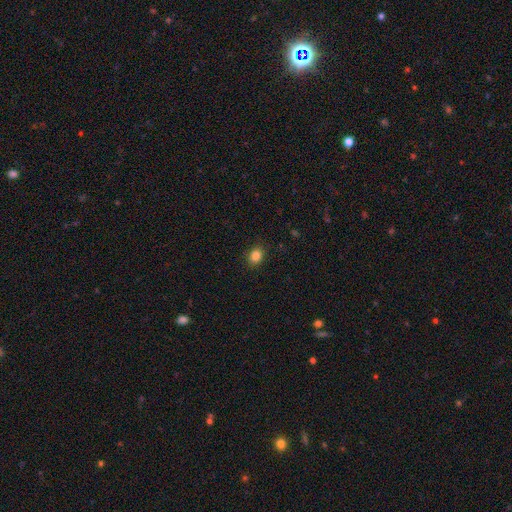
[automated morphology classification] A smooth galaxy with no disk features (85%) that is in between round and cigar-shaped (53%). Merging: none (88%).